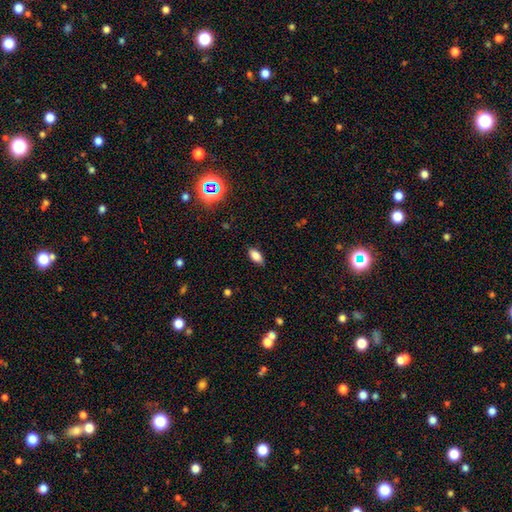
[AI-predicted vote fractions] Smooth or featured?
  - smooth: 82% *
  - star or artifact: 11%
  - featured or disk: 7%
How rounded?
  - in between: 89% *
  - cigar-shaped: 7%
  - round: 4%
Merging?
  - none: 86% *
  - minor disturbance: 11%
  - major disturbance: 3%
  - merger: 1%